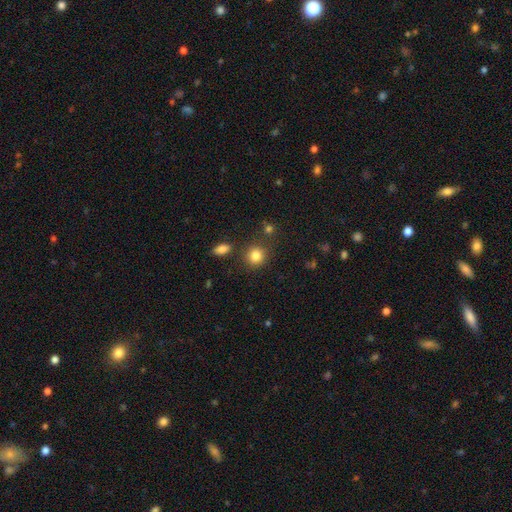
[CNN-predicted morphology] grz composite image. It shows a smooth galaxy with no disk features (84%) that is round (86%). Merging: none (82%).